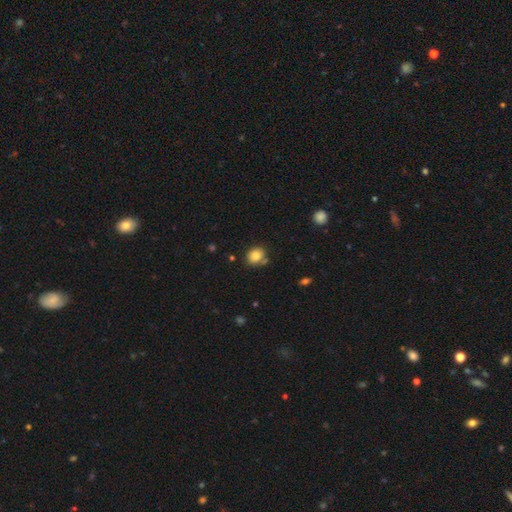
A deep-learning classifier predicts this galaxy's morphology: Overall: smooth (83%). How rounded: round (71%). Merging: none (72%).